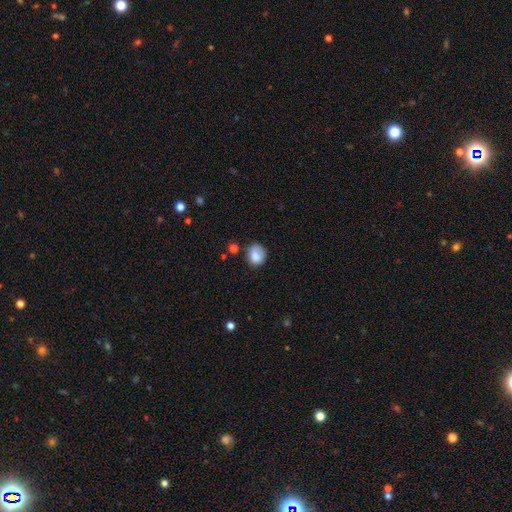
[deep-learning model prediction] A smooth galaxy with no disk features (84%) that is round (70%). Merging: none (68%).